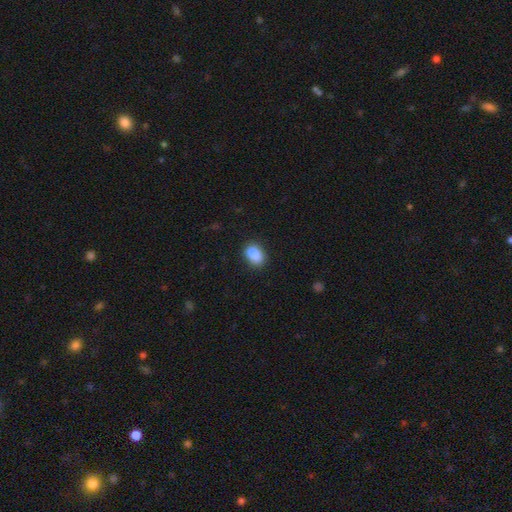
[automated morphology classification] The model was most divided on "merging": none: 71%, minor disturbance: 17%, merger: 8%, major disturbance: 4%. More confident: smooth or featured — smooth (85%); how rounded — in between (82%).